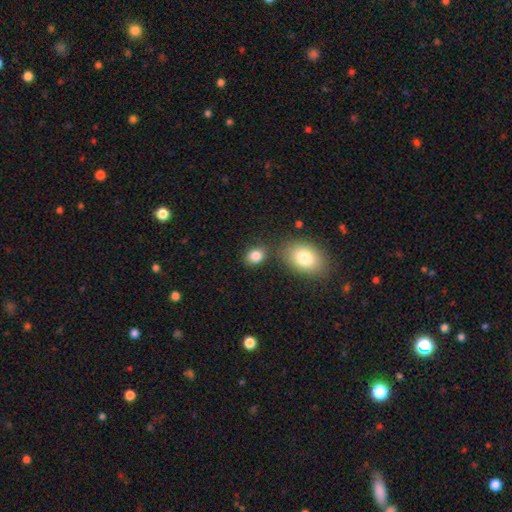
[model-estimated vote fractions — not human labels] Q: Smooth or featured?
A: smooth (84%); runner-up: star or artifact (10%)
Q: How rounded?
A: in between (59%); runner-up: round (39%)
Q: Merging?
A: none (73%); runner-up: merger (12%)